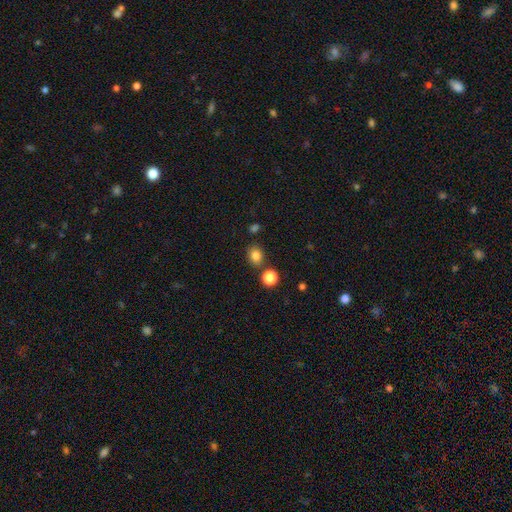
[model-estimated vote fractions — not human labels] Smooth or featured? Predicted: smooth (p=0.82). How rounded? Predicted: round (p=0.61). Merging? Predicted: none (p=0.78).